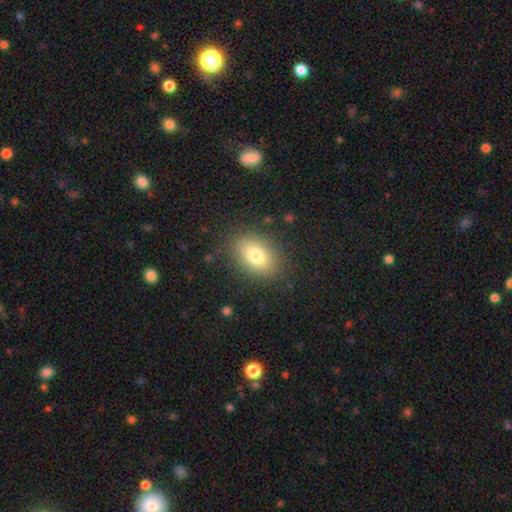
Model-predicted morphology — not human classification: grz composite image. It shows a smooth galaxy with no disk features (79%) that is in between round and cigar-shaped (81%). Merging: none (85%).